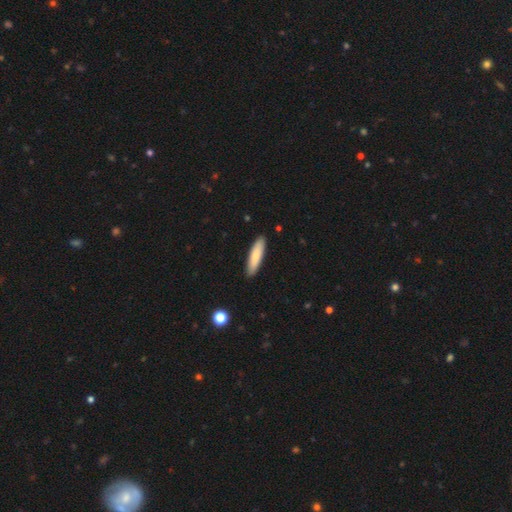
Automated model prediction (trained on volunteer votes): Smooth or featured?
  - smooth: 81% *
  - featured or disk: 14%
  - star or artifact: 5%
How rounded?
  - cigar-shaped: 74% *
  - in between: 25%
  - round: 1%
Merging?
  - none: 90% *
  - minor disturbance: 8%
  - major disturbance: 1%
  - merger: 1%